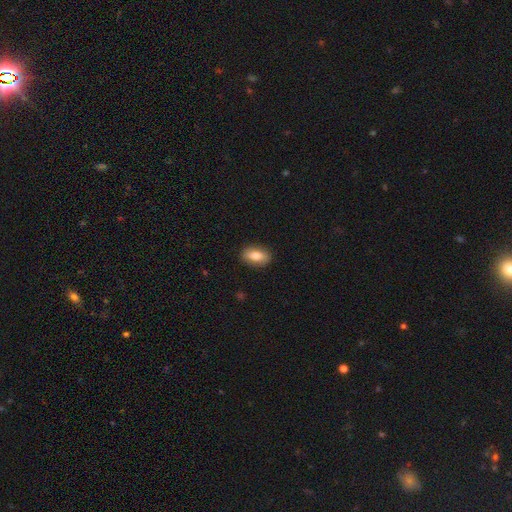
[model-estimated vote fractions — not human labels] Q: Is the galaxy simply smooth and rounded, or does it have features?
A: smooth — 76%.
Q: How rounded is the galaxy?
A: in between — 88%.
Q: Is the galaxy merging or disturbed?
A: none — 88%.